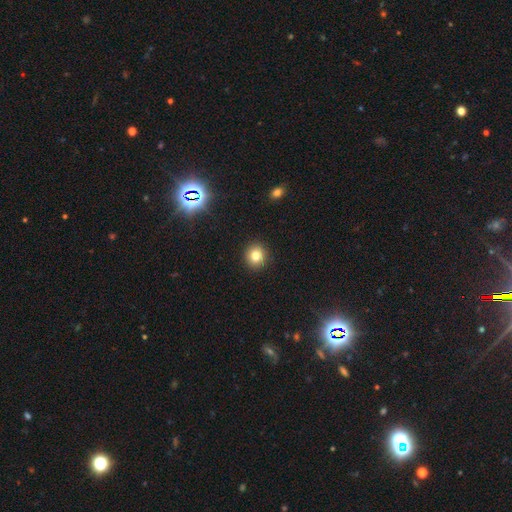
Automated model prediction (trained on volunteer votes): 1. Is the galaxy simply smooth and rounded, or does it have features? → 80% smooth, 13% star or artifact, 7% featured or disk.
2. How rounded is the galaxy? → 88% round, 11% in between, 1% cigar-shaped.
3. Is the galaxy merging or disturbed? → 92% none, 5% minor disturbance, 2% major disturbance, 1% merger.